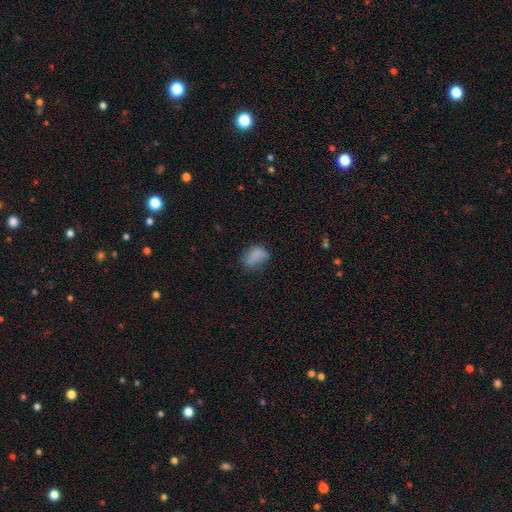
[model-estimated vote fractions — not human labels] This appears to be a smooth galaxy with no disk features (77%) that is in between round and cigar-shaped (79%). Merging: none (48%).